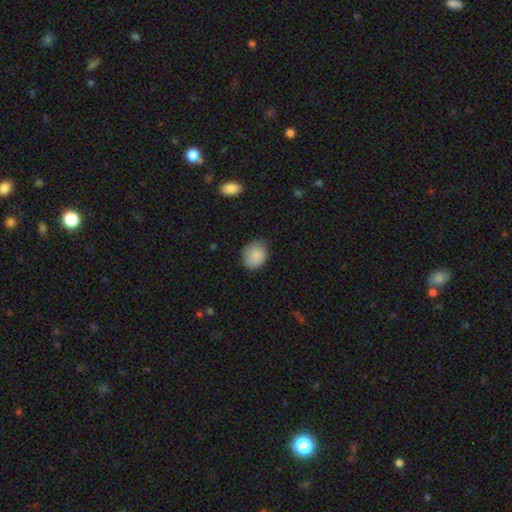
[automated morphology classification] Smooth or featured: smooth — 86% (star or artifact — 7%)
How rounded: in between — 52% (round — 47%)
Merging: none — 66% (minor disturbance — 28%)